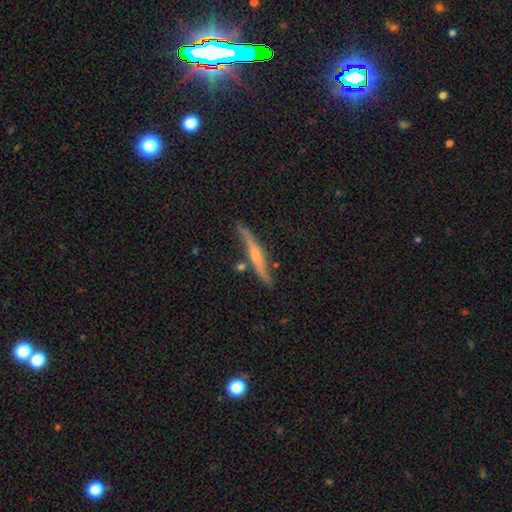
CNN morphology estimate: smooth_or_featured: featured or disk (p=0.64) [alt: smooth p=0.29]
disk_edge_on: yes (p=0.89) [alt: no p=0.11]
edge_on_bulge: rounded (p=0.52) [alt: none p=0.35]
merging: none (p=0.72) [alt: minor disturbance p=0.18]